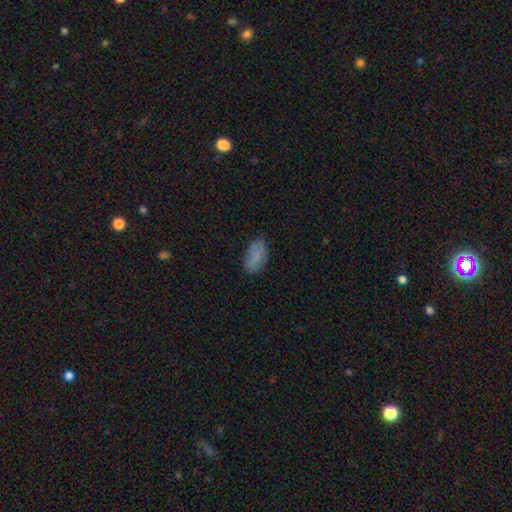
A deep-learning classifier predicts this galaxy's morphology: Overall: smooth (82%). How rounded: in between (93%). Merging: none (79%).